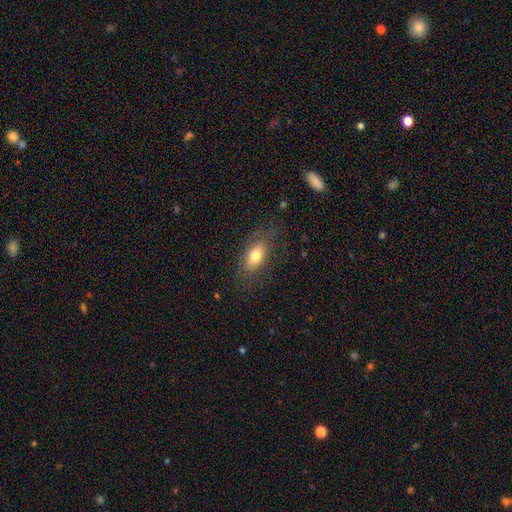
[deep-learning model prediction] Smooth or featured? Predicted: smooth (p=0.71). How rounded? Predicted: in between (p=0.86). Merging? Predicted: none (p=0.75).